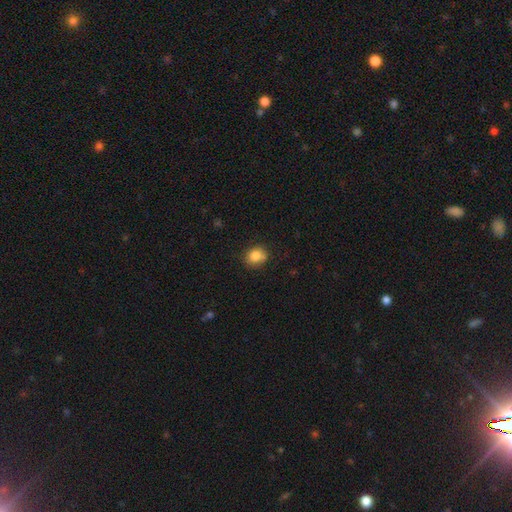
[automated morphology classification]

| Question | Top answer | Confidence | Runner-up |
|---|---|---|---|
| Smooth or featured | smooth | 83% | star or artifact (10%) |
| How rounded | round | 69% | in between (30%) |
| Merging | none | 76% | minor disturbance (17%) |